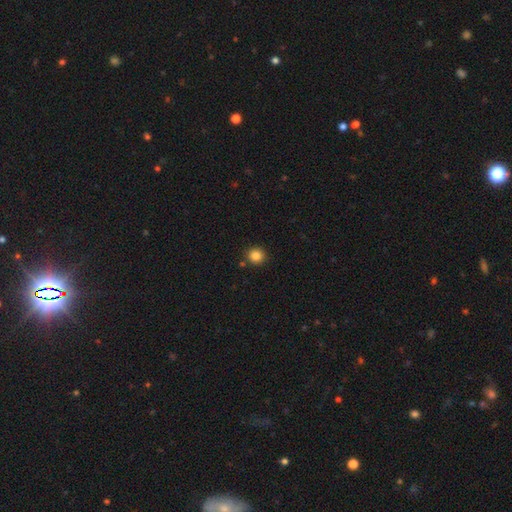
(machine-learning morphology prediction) This is clearly a smooth galaxy (85%). How rounded: clearly round (91%). Merging: clearly none (87%).